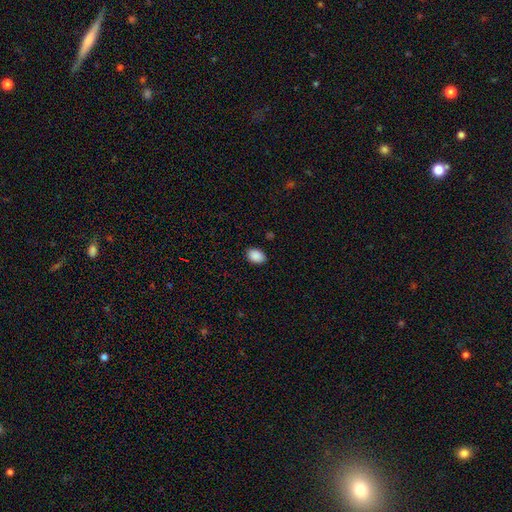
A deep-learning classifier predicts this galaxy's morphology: A smooth galaxy with no disk features (90%) that is in between round and cigar-shaped (80%).

Vote fractions:
- Smooth or featured? smooth: 90% / star or artifact: 8% / featured or disk: 3%
- How rounded? in between: 80% / round: 19% / cigar-shaped: 1%
- Merging? none: 87% / minor disturbance: 10% / major disturbance: 2% / merger: 1%